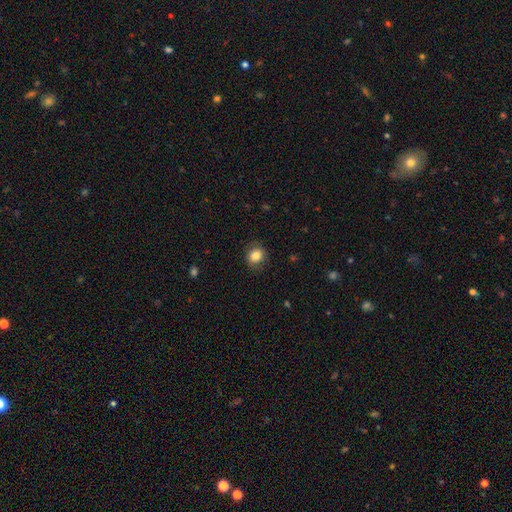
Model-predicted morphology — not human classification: Smooth or featured: smooth — 83% (star or artifact — 10%)
How rounded: round — 63% (in between — 36%)
Merging: none — 84% (minor disturbance — 12%)